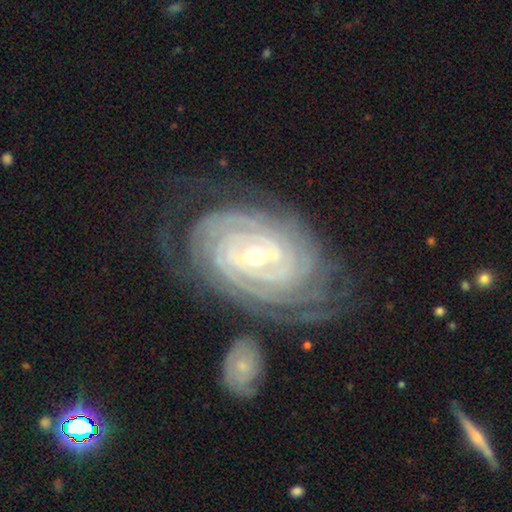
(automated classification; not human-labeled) smooth_or_featured: featured or disk (p=0.92) [alt: star or artifact p=0.04]
disk_edge_on: no (p=0.96) [alt: yes p=0.04]
bar: weak (p=0.43) [alt: strong p=0.38]
has_spiral_arms: yes (p=0.98) [alt: no p=0.02]
spiral_winding: tight (p=0.87) [alt: medium p=0.11]
spiral_arm_count: can't tell (p=0.25) [tied with: 4 p=0.25]
bulge_size: small (p=0.51) [alt: moderate p=0.46]
merging: none (p=0.71) [alt: minor disturbance p=0.16]